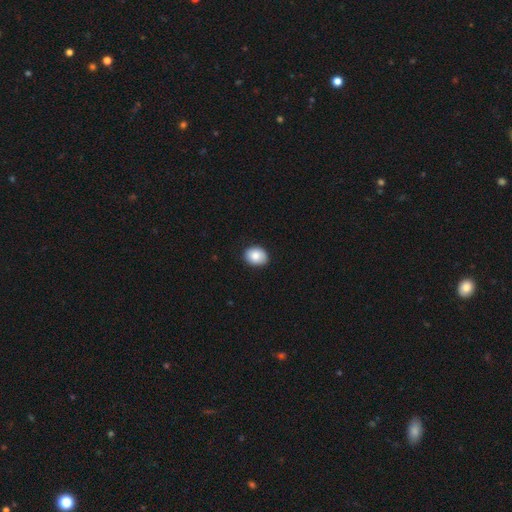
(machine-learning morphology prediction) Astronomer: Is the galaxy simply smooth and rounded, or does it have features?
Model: smooth — 85%.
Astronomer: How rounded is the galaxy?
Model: in between — 54% (runner-up: round, 45%).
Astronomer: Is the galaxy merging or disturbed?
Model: none — 86%.